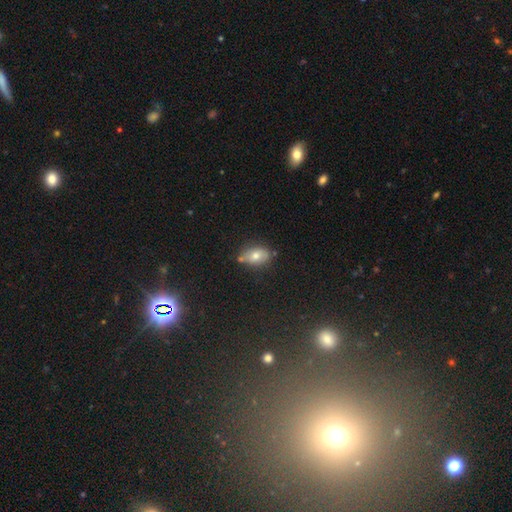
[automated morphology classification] smooth-or-featured: smooth: 66% | featured or disk: 20% | star or artifact: 15%
  how-rounded: in between: 83% | round: 15% | cigar-shaped: 2%
  merging: none: 67% | minor disturbance: 20% | merger: 8% | major disturbance: 4%